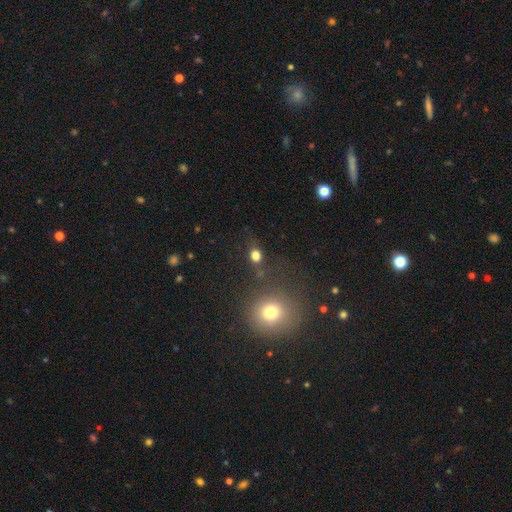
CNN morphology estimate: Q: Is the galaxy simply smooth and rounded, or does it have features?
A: smooth — 77%.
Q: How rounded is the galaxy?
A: round — 53%.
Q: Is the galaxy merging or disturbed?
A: none — 68%.